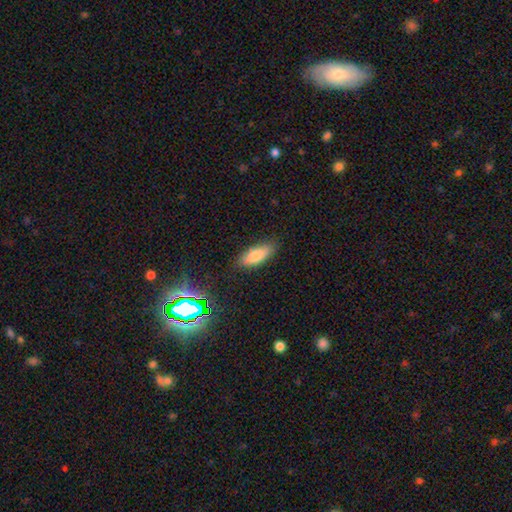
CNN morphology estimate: Smooth or featured? Predicted: smooth (p=0.82). How rounded? Predicted: in between (p=0.73). Merging? Predicted: none (p=0.84).